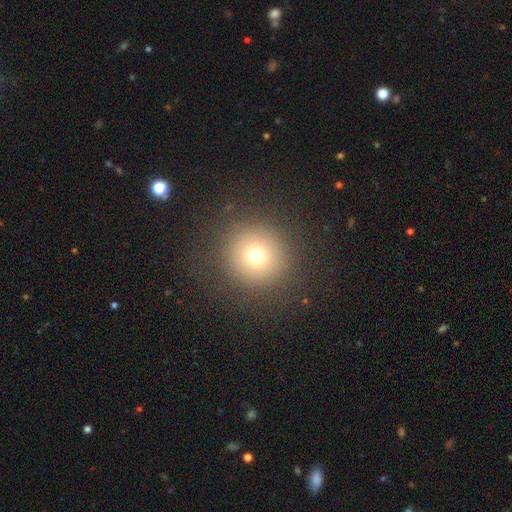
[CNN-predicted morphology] Q: Smooth or featured?
A: smooth (71%); runner-up: star or artifact (19%)
Q: How rounded?
A: round (95%); runner-up: in between (4%)
Q: Merging?
A: none (89%); runner-up: minor disturbance (6%)